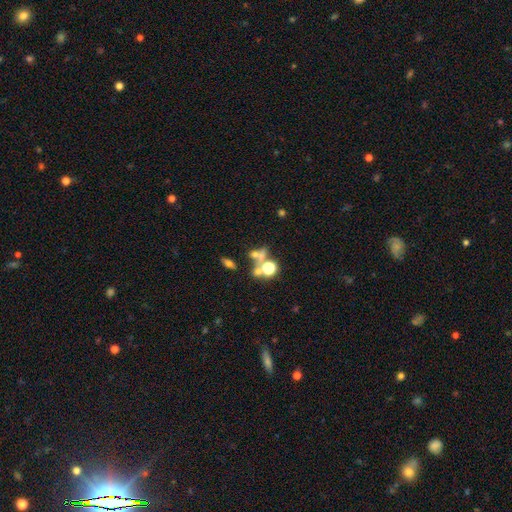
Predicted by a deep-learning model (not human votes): This appears to be a smooth galaxy with no disk features (41%). Merging: none (48%).